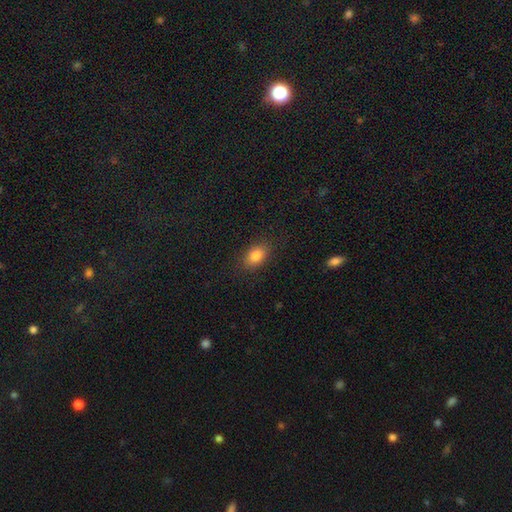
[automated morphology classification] smooth 84%, star or artifact 9%, featured or disk 7%. Down the decision tree: how rounded — in between (82%); merging — none (86%).